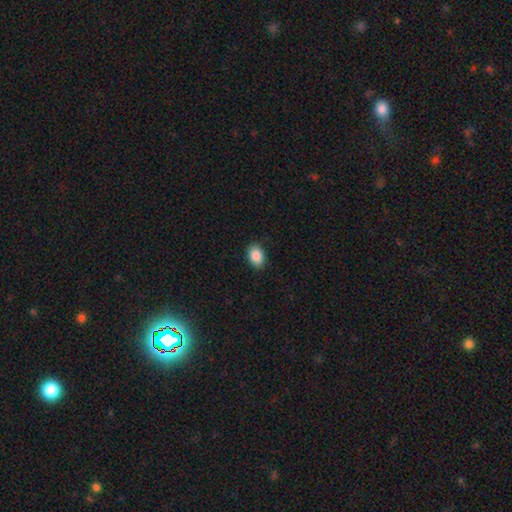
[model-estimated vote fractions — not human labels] Morphology: type=smooth (88%); roundness=in between (84%); merging=none (89%).